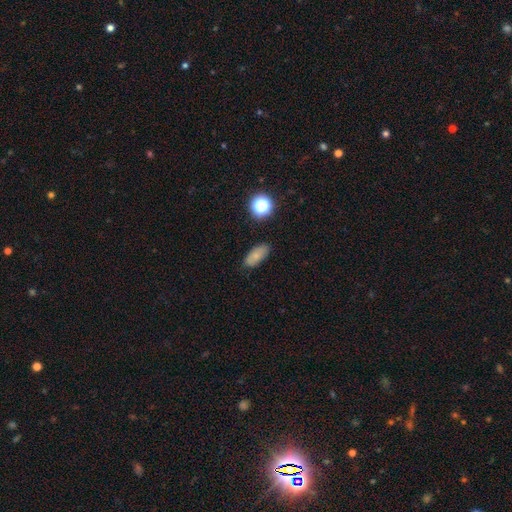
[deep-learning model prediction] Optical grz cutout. It shows a smooth galaxy with no disk features (77%) that is in between round and cigar-shaped (84%). Merging: none (81%).